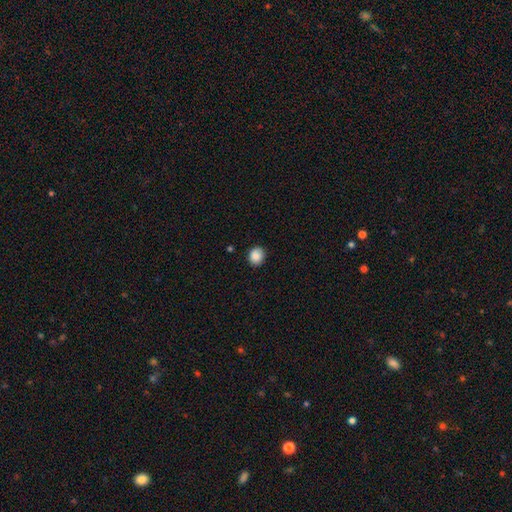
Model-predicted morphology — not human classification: Smooth or featured?
  - smooth: 88% *
  - star or artifact: 9%
  - featured or disk: 4%
How rounded?
  - round: 75% *
  - in between: 24%
  - cigar-shaped: 1%
Merging?
  - none: 85% *
  - minor disturbance: 11%
  - major disturbance: 2%
  - merger: 1%